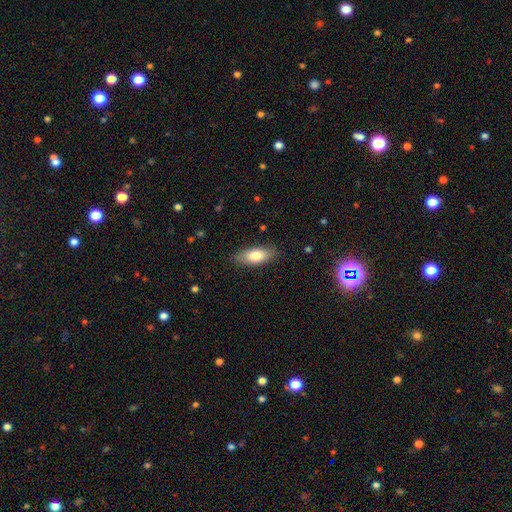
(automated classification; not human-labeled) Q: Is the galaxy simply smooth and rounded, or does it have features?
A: smooth — 77%.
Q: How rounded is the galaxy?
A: in between — 79%.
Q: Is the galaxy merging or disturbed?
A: none — 86%.